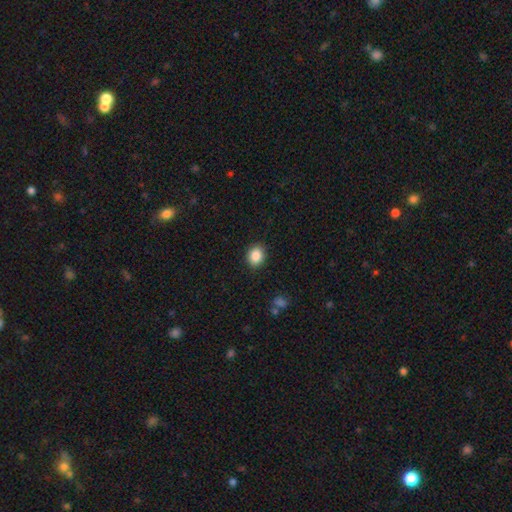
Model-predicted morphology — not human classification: This is clearly a smooth galaxy (87%). How rounded: possibly round (55%). Merging: clearly none (89%).